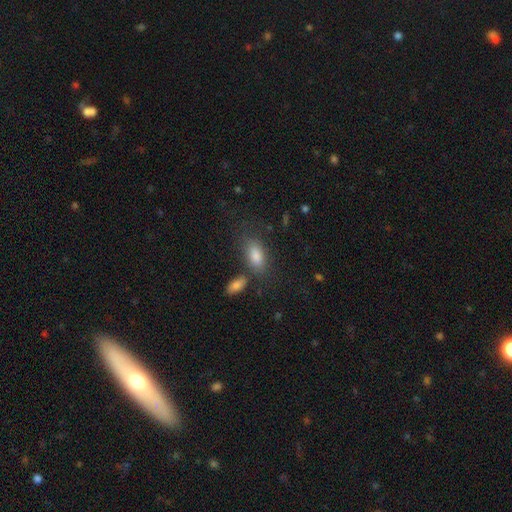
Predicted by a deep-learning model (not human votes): Morphology: type=smooth (81%); roundness=in between (86%); merging=none (64%).